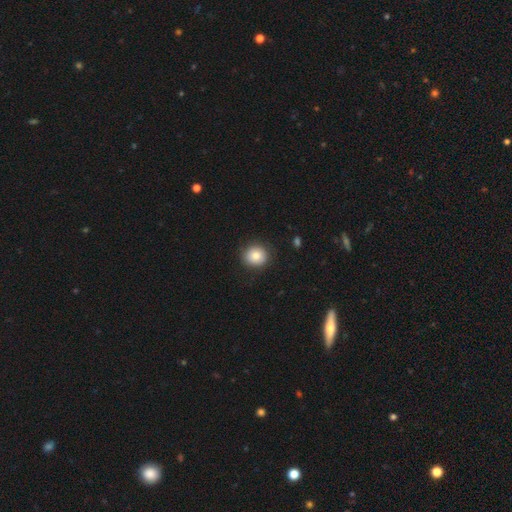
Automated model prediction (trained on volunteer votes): This appears to be a smooth galaxy with no disk features (81%) that is round (88%). Merging: none (87%).